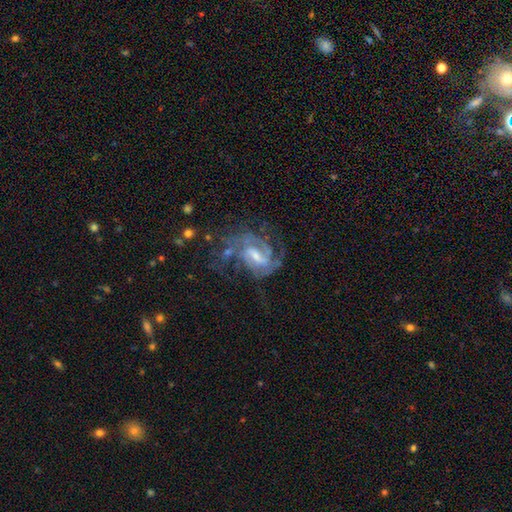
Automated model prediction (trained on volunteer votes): A featured or disk galaxy (84%) with a weak bar (51%), 2 (41%) tight (43%, tied with medium) spiral arms (94%) and a moderate central bulge (42%). Merging: none (53%).